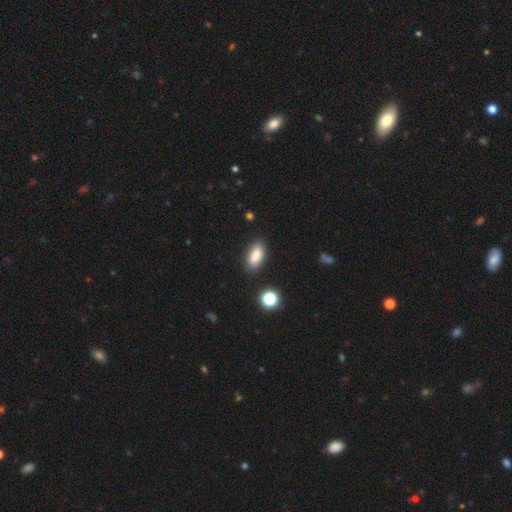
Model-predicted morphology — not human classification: smooth-or-featured: smooth: 84% | star or artifact: 9% | featured or disk: 7%
  how-rounded: in between: 85% | cigar-shaped: 11% | round: 4%
  merging: none: 82% | minor disturbance: 13% | major disturbance: 3% | merger: 3%